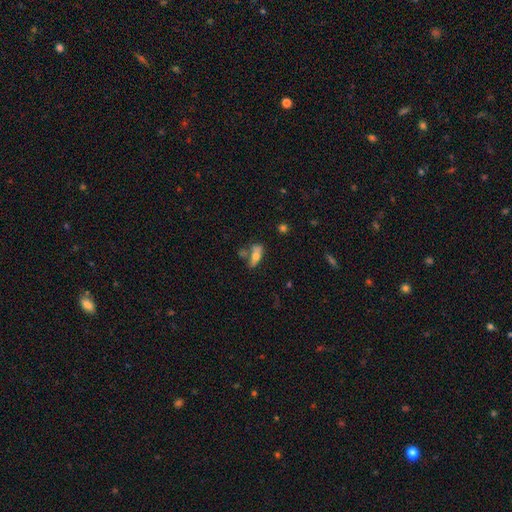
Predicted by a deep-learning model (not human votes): This is likely a smooth galaxy (61%). How rounded: likely in between (67%). Merging: possibly none (45%).